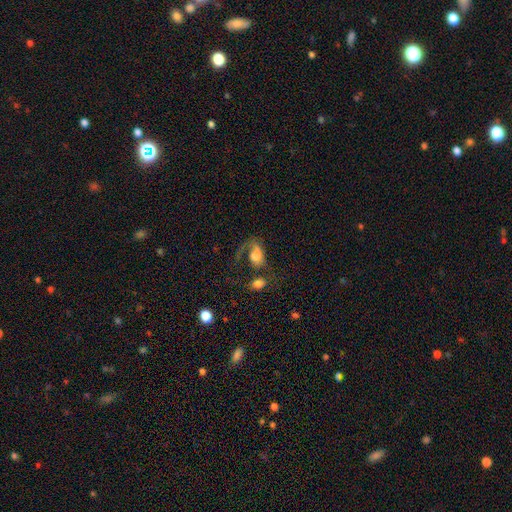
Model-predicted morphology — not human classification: This appears to be a smooth galaxy with no disk features (47%). Merging: major disturbance (40%).